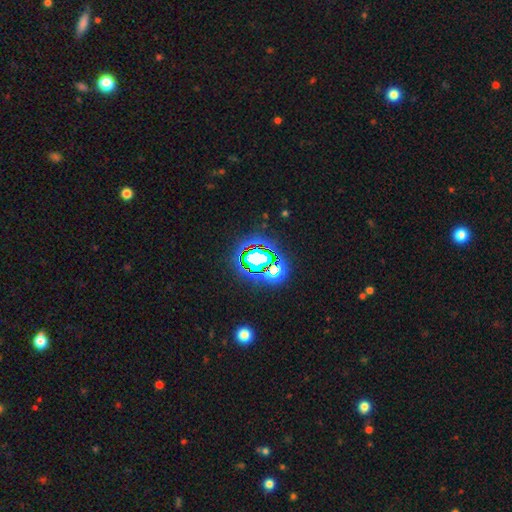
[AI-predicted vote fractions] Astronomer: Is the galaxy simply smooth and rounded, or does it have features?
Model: star or artifact — 74%.